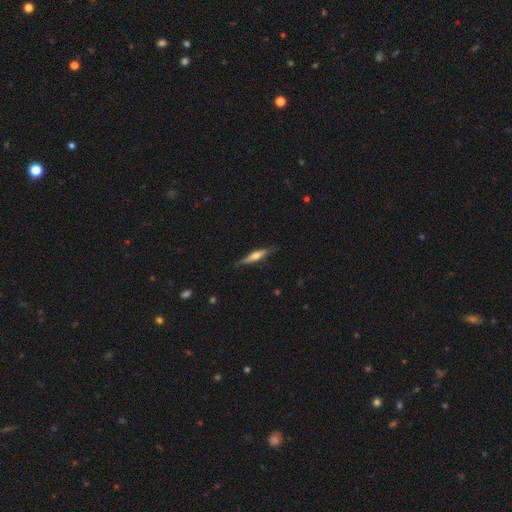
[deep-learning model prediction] Morphology: type=featured or disk (58%); edge-on=yes (95%); edge-on bulge=rounded (83%); merging=none (82%).